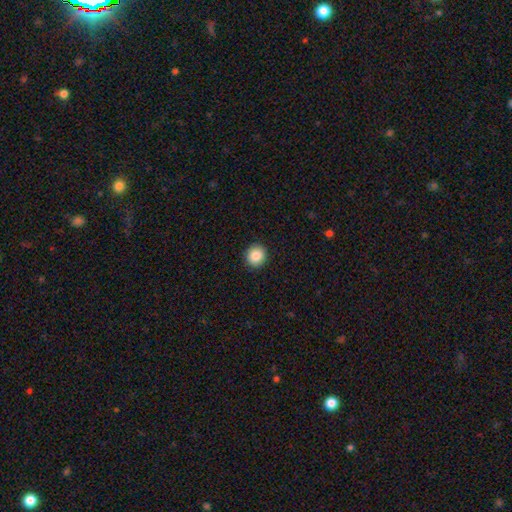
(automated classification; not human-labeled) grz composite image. It shows a smooth galaxy with no disk features (87%) that is round (85%). Merging: none (92%).